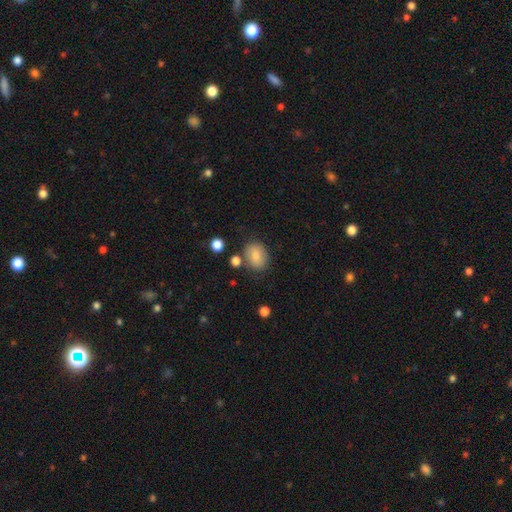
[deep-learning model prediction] smooth_or_featured: smooth (p=0.79) [alt: featured or disk p=0.12]
how_rounded: in between (p=0.55) [alt: round p=0.44]
merging: none (p=0.75) [alt: minor disturbance p=0.14]